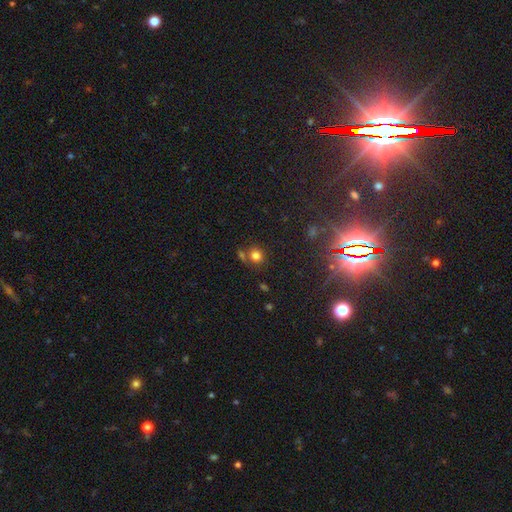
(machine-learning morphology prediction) Smooth or featured? smooth (77%)
How rounded? round (83%)
Merging? none (65%)